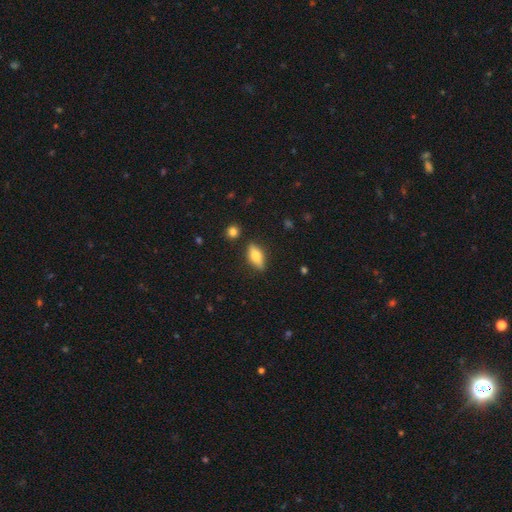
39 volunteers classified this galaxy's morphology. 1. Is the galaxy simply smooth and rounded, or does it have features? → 74% smooth, 18% featured or disk, 8% star or artifact.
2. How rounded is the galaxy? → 79% in between, 17% cigar-shaped, 3% round.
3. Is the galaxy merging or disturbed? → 81% none, 8% minor disturbance, 6% major disturbance, 6% merger.